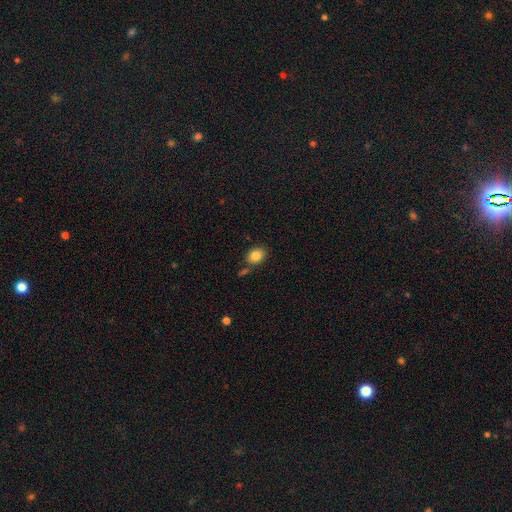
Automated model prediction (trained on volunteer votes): Morphology: type=smooth (84%); roundness=in between (61%); merging=none (74%).